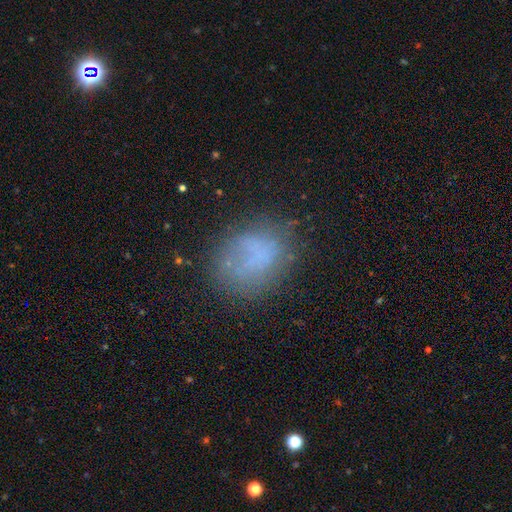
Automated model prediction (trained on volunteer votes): The model was most divided on "how rounded": round: 51%, in between: 48%, cigar-shaped: 1%. More confident: smooth or featured — smooth (59%); merging — none (58%).